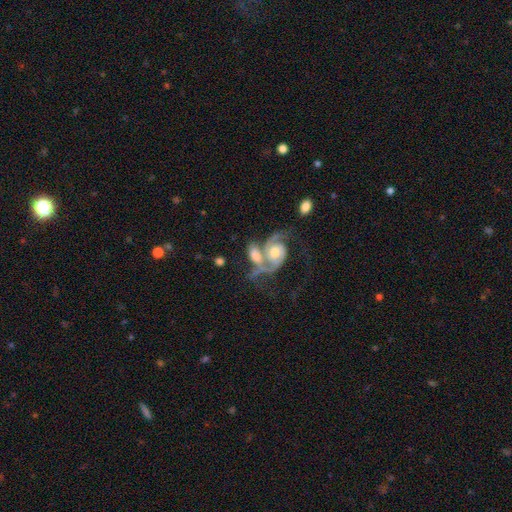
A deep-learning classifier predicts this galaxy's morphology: Smooth or featured?
  - featured or disk: 70% *
  - smooth: 24%
  - star or artifact: 7%
Edge-on disk?
  - no: 94% *
  - yes: 6%
Bar?
  - no: 61% *
  - weak: 30%
  - strong: 9%
Spiral arms?
  - yes: 89% *
  - no: 11%
Spiral winding?
  - medium: 43% *
  - loose: 31%
  - tight: 26%
Spiral arm count?
  - 2: 80% *
  - can't tell: 8%
  - 1: 6%
  - 3: 3%
  - 4: 1%
  - more than 4: 1%
Bulge size?
  - moderate: 56% *
  - small: 25%
  - large: 13%
  - none: 4%
  - dominant: 2%
Merging?
  - merger: 61% *
  - none: 19%
  - major disturbance: 10%
  - minor disturbance: 9%